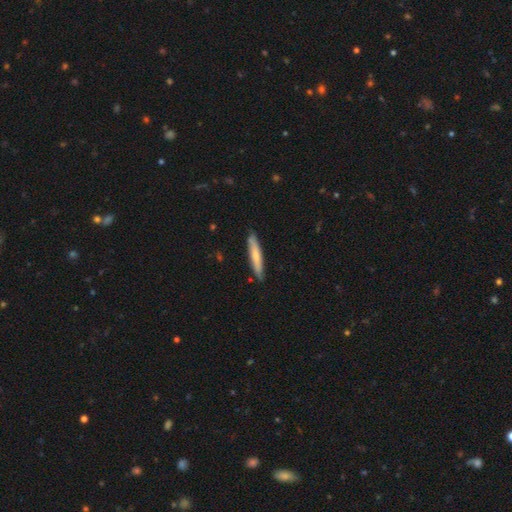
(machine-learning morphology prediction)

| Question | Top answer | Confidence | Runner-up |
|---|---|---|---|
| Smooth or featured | smooth | 68% | featured or disk (26%) |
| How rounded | cigar-shaped | 93% | in between (6%) |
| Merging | none | 87% | minor disturbance (10%) |